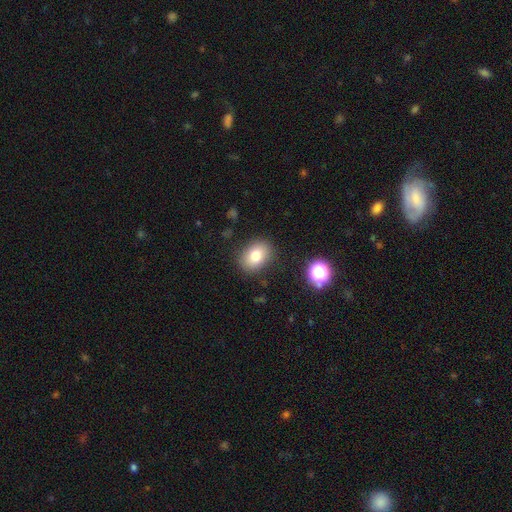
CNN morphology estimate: A smooth galaxy with no disk features (78%) that is in between round and cigar-shaped (68%). Merging: none (86%).